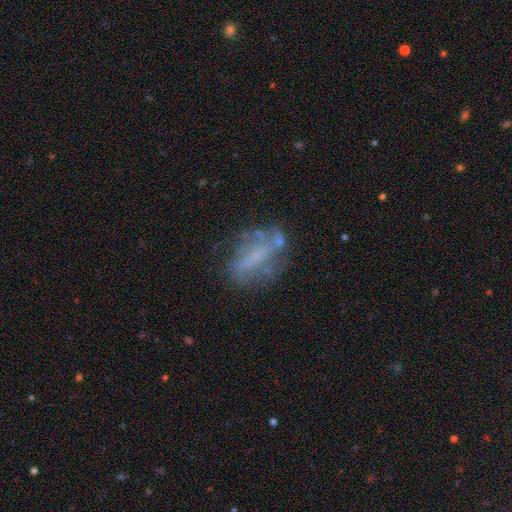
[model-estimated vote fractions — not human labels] Overall: featured or disk (53%; smooth 33%). Edge-on disk: no (87%). Merging: none (54%; minor disturbance 23%).